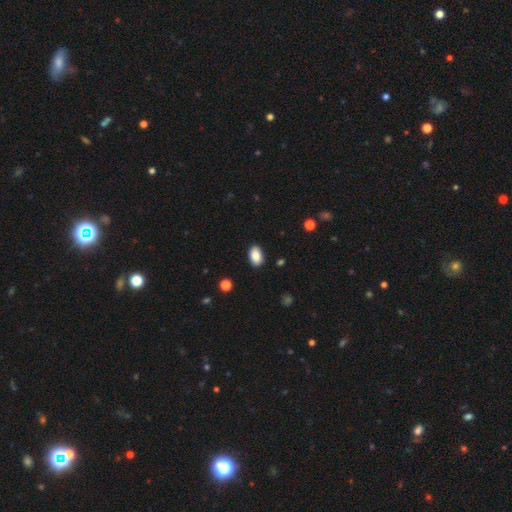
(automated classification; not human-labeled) Smooth or featured? Predicted: smooth (p=0.86). How rounded? Predicted: in between (p=0.92). Merging? Predicted: none (p=0.88).